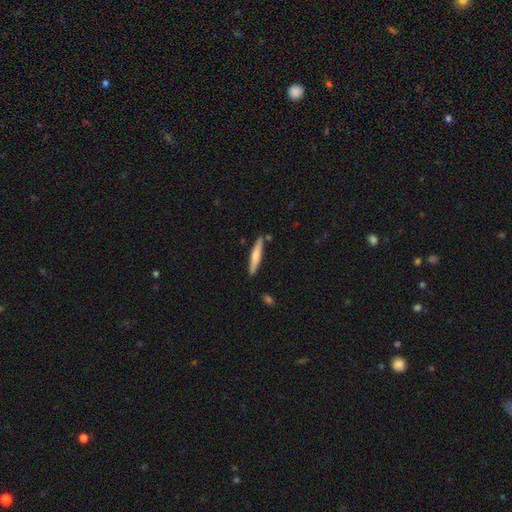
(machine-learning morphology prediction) Overall: smooth (65%; featured or disk 30%). How rounded: cigar-shaped (91%). Merging: none (85%).